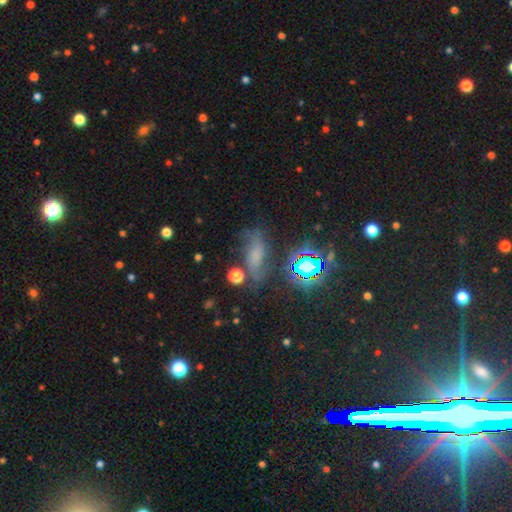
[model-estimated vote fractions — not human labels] Smooth or featured? Predicted: smooth (p=0.42). Merging? Predicted: none (p=0.56).